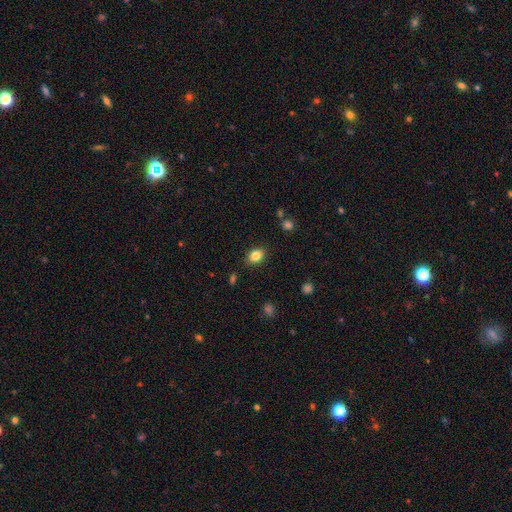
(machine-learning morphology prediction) A smooth galaxy with no disk features (83%) that is in between round and cigar-shaped (67%).

Vote fractions:
- Smooth or featured? smooth: 83% / star or artifact: 10% / featured or disk: 7%
- How rounded? in between: 67% / round: 31% / cigar-shaped: 1%
- Merging? none: 86% / minor disturbance: 10% / major disturbance: 2% / merger: 1%